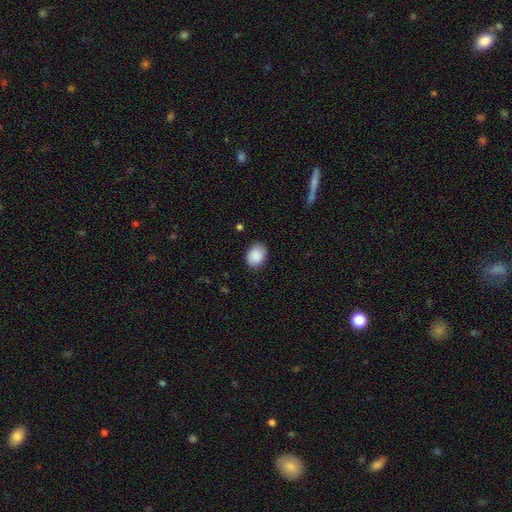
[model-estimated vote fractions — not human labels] Overall: smooth (90%). How rounded: in between (67%; round 33%). Merging: none (85%).